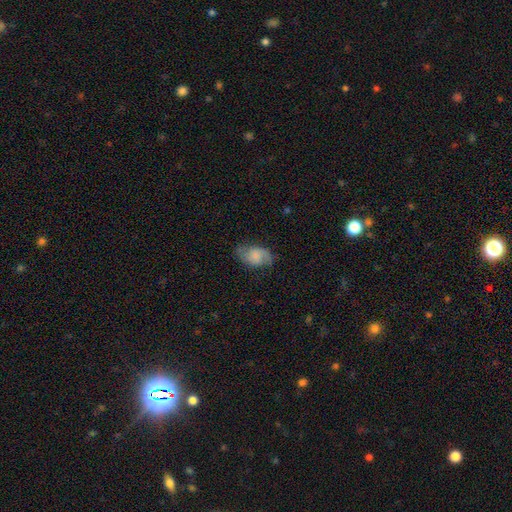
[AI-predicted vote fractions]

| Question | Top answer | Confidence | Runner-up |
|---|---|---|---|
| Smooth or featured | smooth | 53% | featured or disk (39%) |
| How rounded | in between | 88% | round (10%) |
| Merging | none | 67% | minor disturbance (23%) |